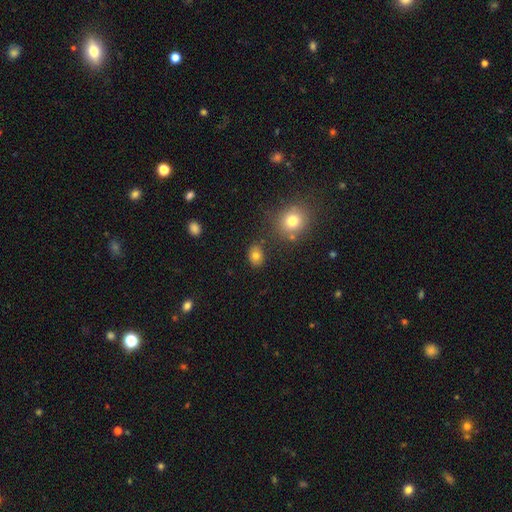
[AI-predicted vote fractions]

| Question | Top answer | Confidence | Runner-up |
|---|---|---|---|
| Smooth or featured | smooth | 78% | star or artifact (13%) |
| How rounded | in between | 59% | round (40%) |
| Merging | none | 81% | minor disturbance (11%) |